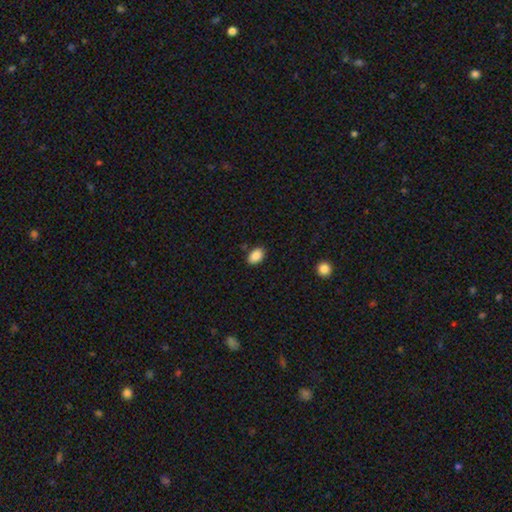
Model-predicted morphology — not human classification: smooth_or_featured: smooth (p=0.89) [alt: star or artifact p=0.08]
how_rounded: in between (p=0.88) [alt: round p=0.11]
merging: none (p=0.85) [alt: minor disturbance p=0.11]